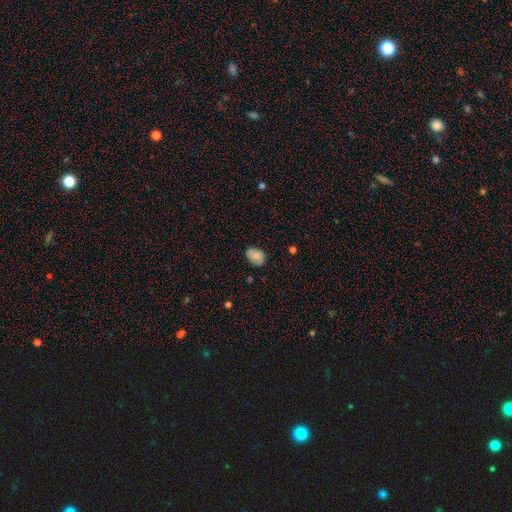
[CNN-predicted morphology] The model was most divided on "how rounded": in between: 73%, round: 26%, cigar-shaped: 1%. More confident: smooth or featured — smooth (77%); merging — none (72%).